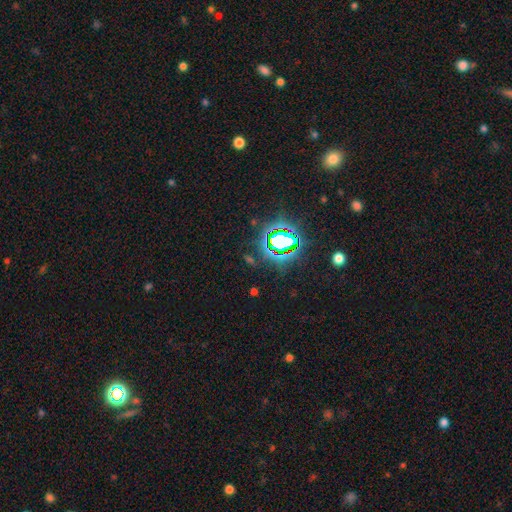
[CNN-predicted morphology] star or artifact 80%, smooth 13%, featured or disk 7%.